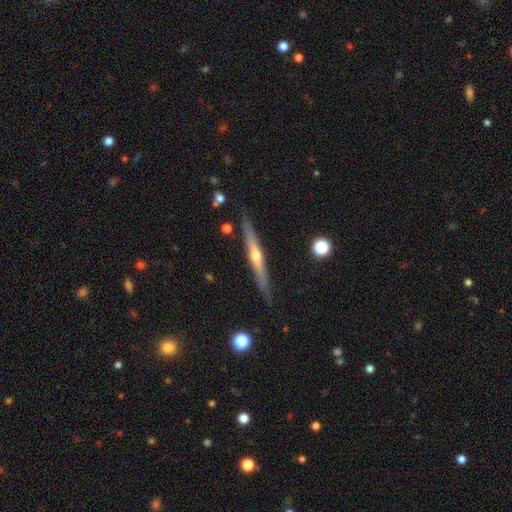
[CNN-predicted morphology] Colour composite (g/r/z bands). It shows a featured or disk galaxy (70%) viewed edge-on (96%) with a rounded central bulge (83%). Merging: none (85%).